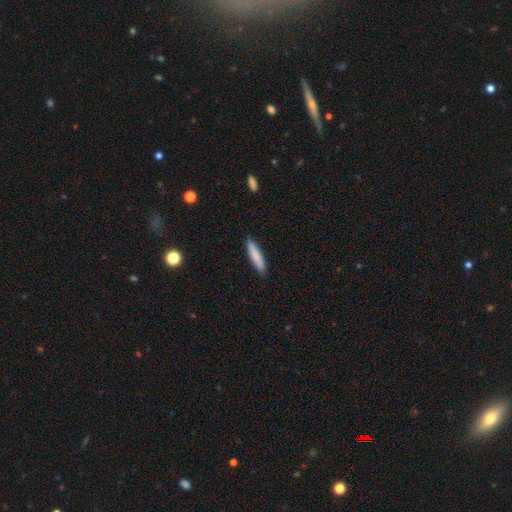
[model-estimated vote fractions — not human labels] Morphology: type=smooth (84%); roundness=cigar-shaped (82%); merging=none (87%).